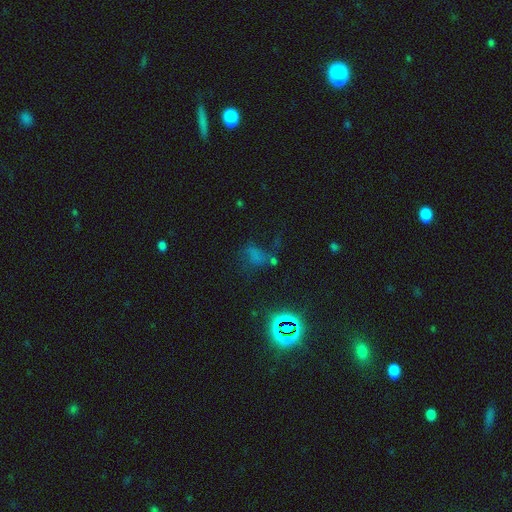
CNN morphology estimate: smooth-or-featured: smooth: 43% | star or artifact: 41% | featured or disk: 16%
  merging: none: 39% | major disturbance: 27% | minor disturbance: 19% | merger: 16%